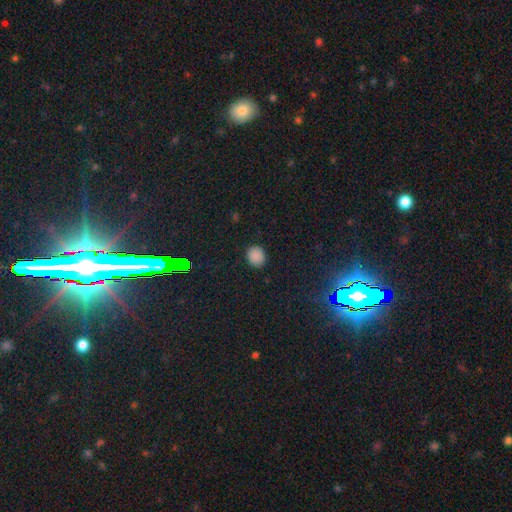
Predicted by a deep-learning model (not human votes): A smooth galaxy with no disk features (85%) that is round (77%). Merging: none (90%).